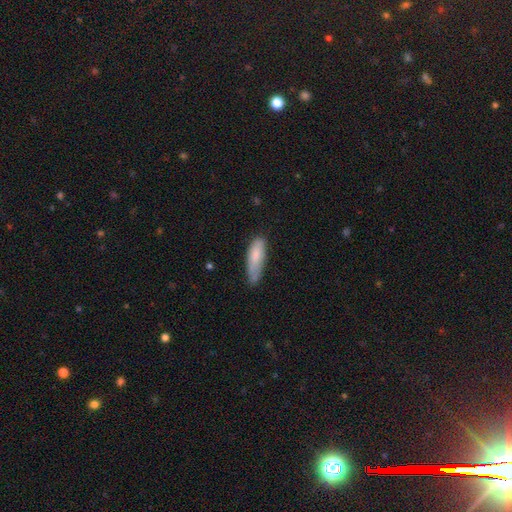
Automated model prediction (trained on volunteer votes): Overall: smooth (80%). How rounded: cigar-shaped (50%; in between 48%). Merging: none (51%; minor disturbance 37%).